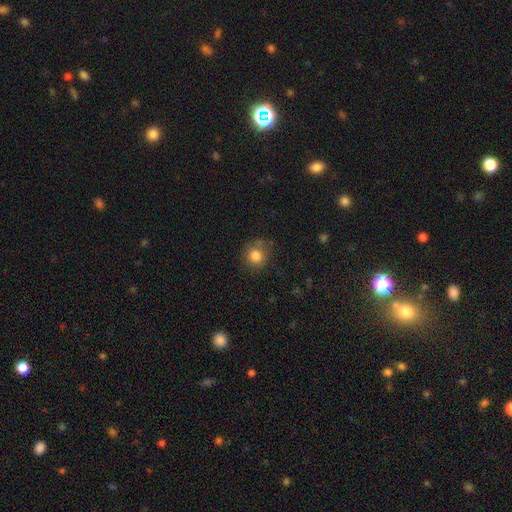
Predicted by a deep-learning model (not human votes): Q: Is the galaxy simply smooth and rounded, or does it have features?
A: smooth — 81%.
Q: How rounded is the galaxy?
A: round — 88%.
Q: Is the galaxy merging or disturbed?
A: none — 72%.